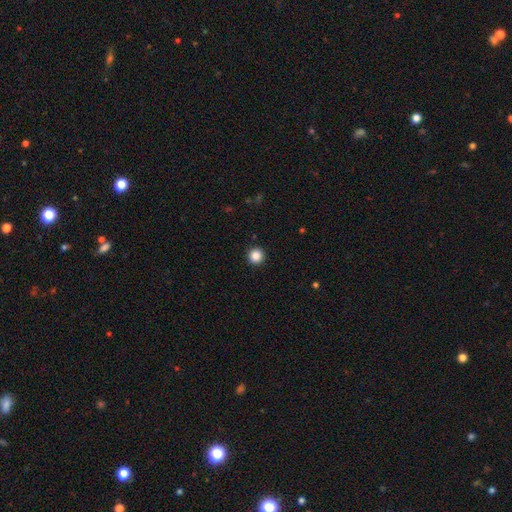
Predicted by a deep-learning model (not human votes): Overall: smooth (87%). How rounded: round (96%). Merging: none (93%).